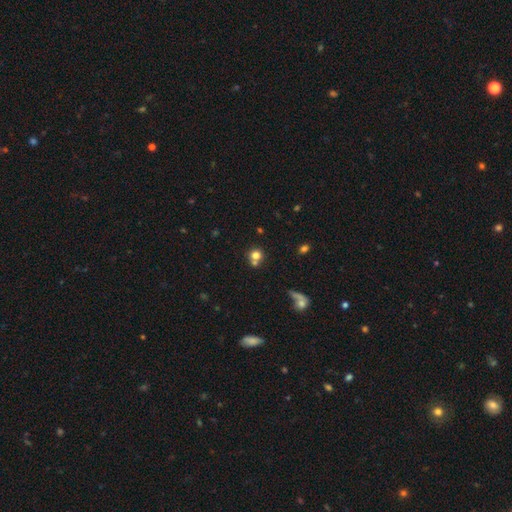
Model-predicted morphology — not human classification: smooth-or-featured: smooth: 75% | star or artifact: 13% | featured or disk: 11%
  how-rounded: round: 88% | in between: 11% | cigar-shaped: 1%
  merging: none: 54% | merger: 34% | minor disturbance: 8% | major disturbance: 4%